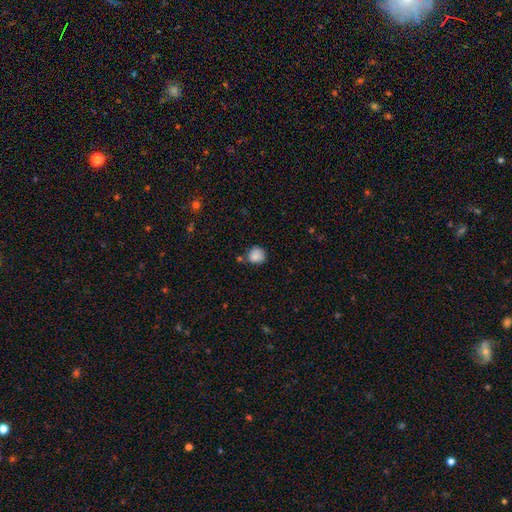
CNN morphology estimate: Smooth or featured: smooth — 85% (star or artifact — 9%)
How rounded: round — 85% (in between — 14%)
Merging: none — 65% (minor disturbance — 22%)